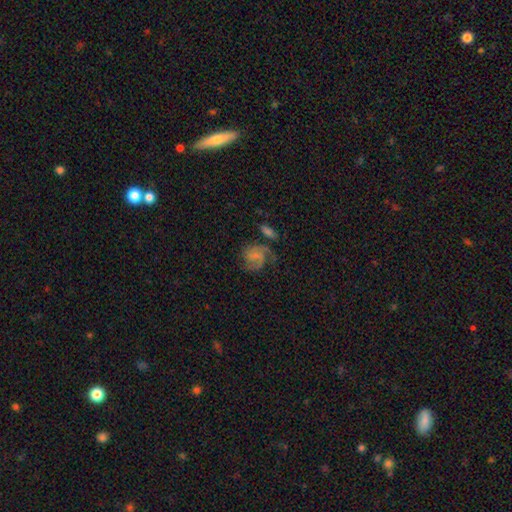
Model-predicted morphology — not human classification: Smooth or featured? featured or disk (55%)
Edge-on disk? no (97%)
Bar? no (56%)
Spiral arms? yes (85%)
Bulge size? none (61%)
Merging? none (45%)